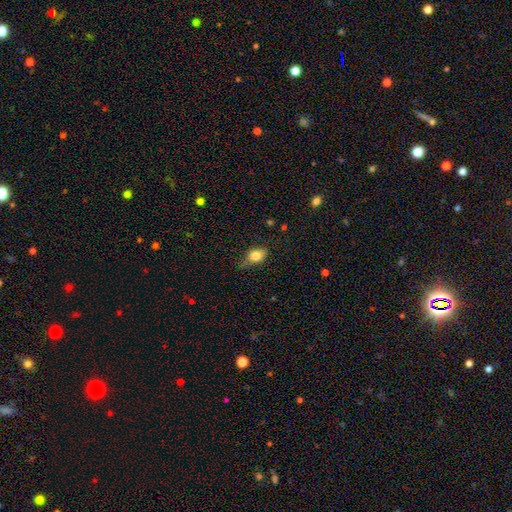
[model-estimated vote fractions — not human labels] smooth 81%, featured or disk 10%, star or artifact 9%. Down the decision tree: how rounded — in between (66%); merging — none (52%).